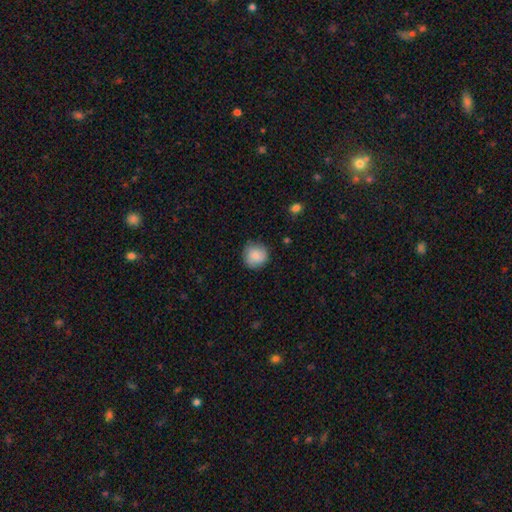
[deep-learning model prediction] This is clearly a smooth galaxy (84%). How rounded: clearly round (92%). Merging: clearly none (82%).